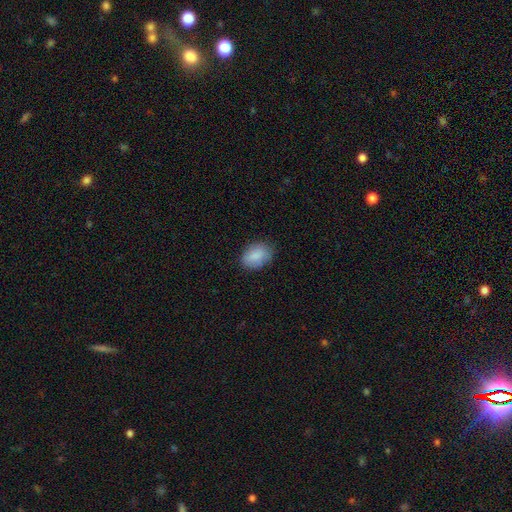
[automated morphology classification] This is clearly a smooth galaxy (88%). How rounded: clearly in between (81%). Merging: likely none (79%).